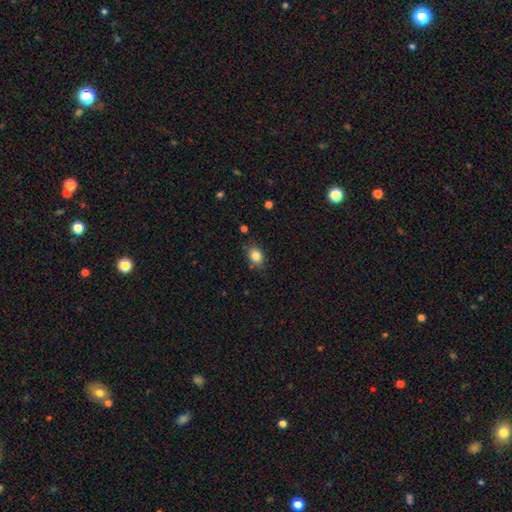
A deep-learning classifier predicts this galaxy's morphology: This is clearly a smooth galaxy (85%). How rounded: likely in between (65%). Merging: likely none (79%).